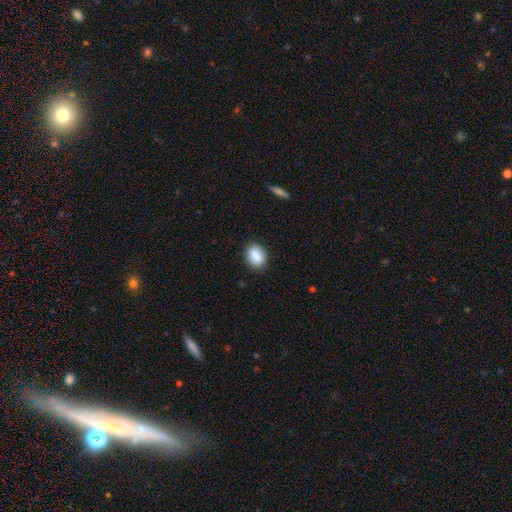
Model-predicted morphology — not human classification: This appears to be a smooth galaxy with no disk features (88%) that is in between round and cigar-shaped (71%). Merging: none (87%).